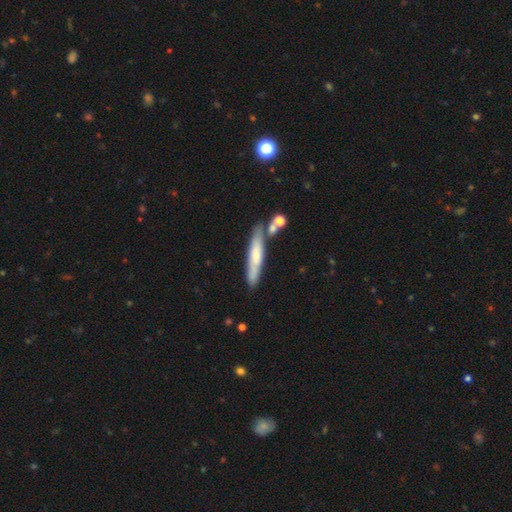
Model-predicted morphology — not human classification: Smooth or featured?
  - smooth: 57% *
  - featured or disk: 37%
  - star or artifact: 7%
How rounded?
  - cigar-shaped: 90% *
  - in between: 8%
  - round: 1%
Merging?
  - none: 74% *
  - minor disturbance: 14%
  - merger: 9%
  - major disturbance: 3%